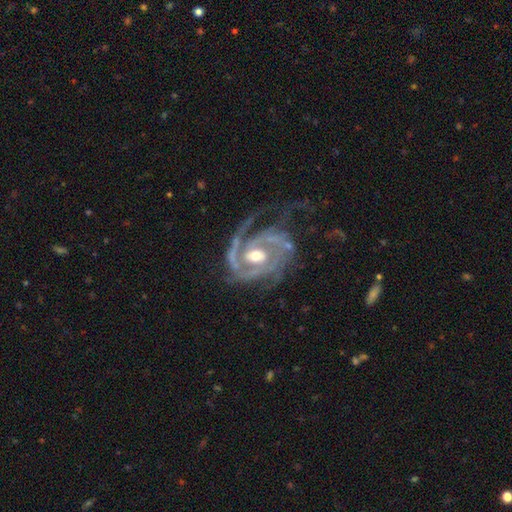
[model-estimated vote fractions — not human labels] Smooth or featured?
  - featured or disk: 92% *
  - star or artifact: 4%
  - smooth: 4%
Edge-on disk?
  - no: 98% *
  - yes: 2%
Bar?
  - no: 56% *
  - weak: 32%
  - strong: 12%
Spiral arms?
  - yes: 97% *
  - no: 3%
Spiral winding?
  - tight: 52% *
  - medium: 37%
  - loose: 11%
Spiral arm count?
  - 2: 46% *
  - 3: 19%
  - can't tell: 12%
  - 1: 12%
  - 4: 5%
  - more than 4: 5%
Bulge size?
  - moderate: 71% *
  - small: 20%
  - large: 7%
  - none: 1%
  - dominant: 1%
Merging?
  - none: 48% *
  - major disturbance: 28%
  - minor disturbance: 21%
  - merger: 3%